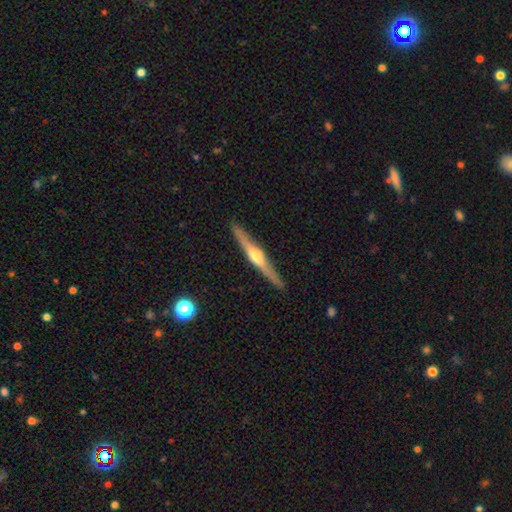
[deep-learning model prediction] A featured or disk galaxy (76%) viewed edge-on (98%) with a rounded central bulge (89%).

Vote fractions:
- Smooth or featured? featured or disk: 76% / smooth: 19% / star or artifact: 5%
- Edge-on disk? yes: 98% / no: 2%
- Edge-on bulge? rounded: 89% / boxy: 6% / none: 5%
- Merging? none: 91% / minor disturbance: 7% / major disturbance: 1% / merger: 1%